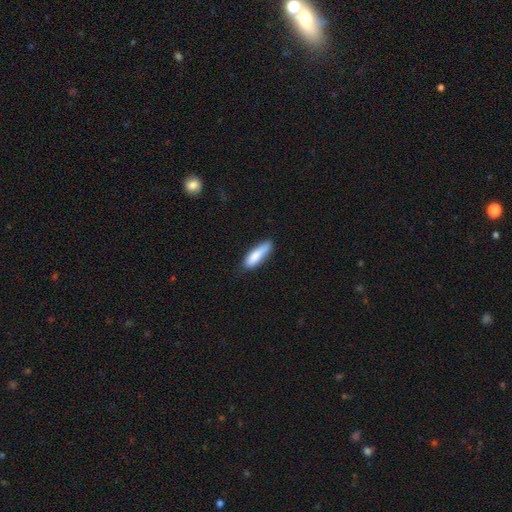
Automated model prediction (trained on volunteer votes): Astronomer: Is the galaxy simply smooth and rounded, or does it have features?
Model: smooth — 82%.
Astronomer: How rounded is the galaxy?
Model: cigar-shaped — 62% (runner-up: in between, 37%).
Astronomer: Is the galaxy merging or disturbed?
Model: none — 63%.